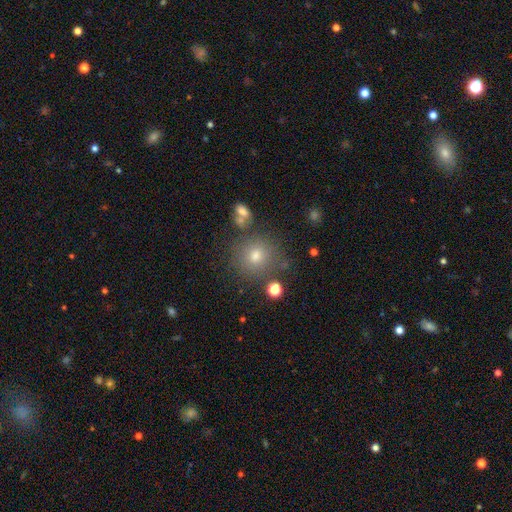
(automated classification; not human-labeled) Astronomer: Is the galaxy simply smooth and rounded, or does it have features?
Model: smooth — 70%.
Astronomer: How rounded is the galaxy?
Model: round — 89%.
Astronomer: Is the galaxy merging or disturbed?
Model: none — 78%.